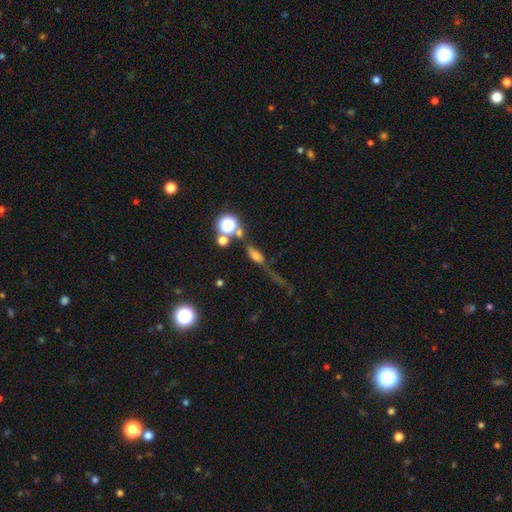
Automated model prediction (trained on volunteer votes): A smooth galaxy with no disk features (46%).

Vote fractions:
- Smooth or featured? smooth: 46% / featured or disk: 30% / star or artifact: 24%
- Merging? none: 50% / major disturbance: 18% / minor disturbance: 17% / merger: 15%